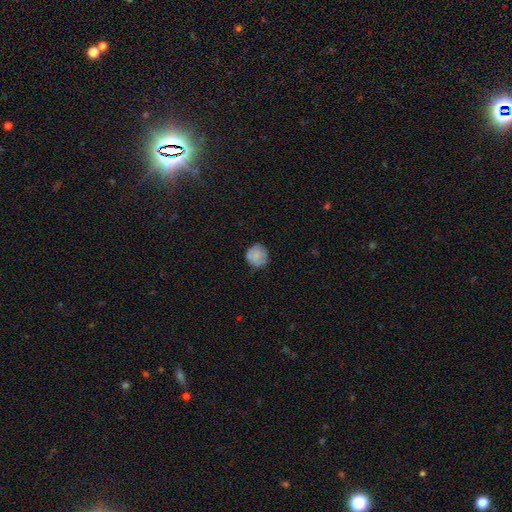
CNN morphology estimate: Overall: smooth (79%). How rounded: round (90%). Merging: none (76%).